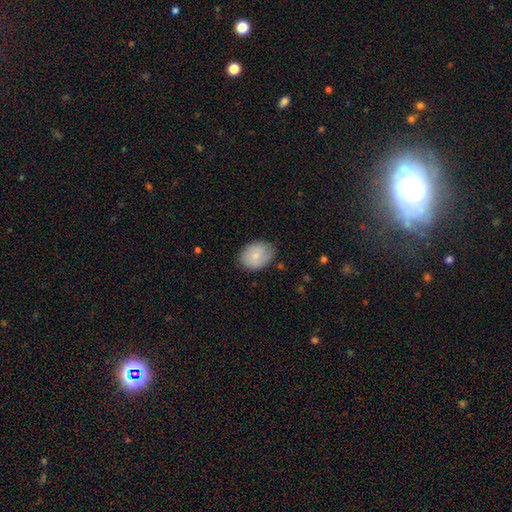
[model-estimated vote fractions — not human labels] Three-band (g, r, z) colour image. It shows a smooth galaxy with no disk features (77%) that is in between round and cigar-shaped (69%). Merging: none (77%).